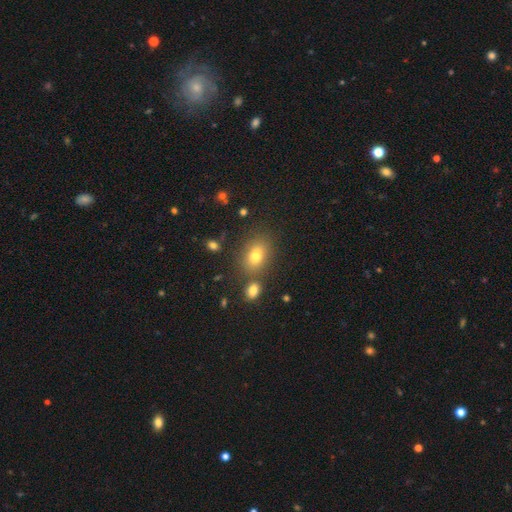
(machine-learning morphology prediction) smooth 76%, star or artifact 12%, featured or disk 12%. Down the decision tree: how rounded — in between (75%); merging — none (74%).